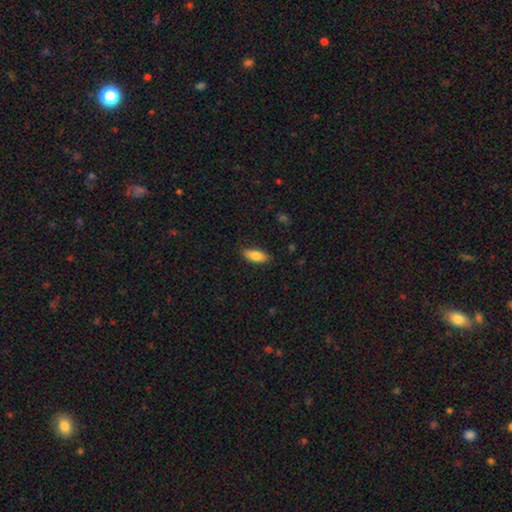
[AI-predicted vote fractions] This appears to be a smooth galaxy with no disk features (81%) that is in between round and cigar-shaped (80%). Merging: none (83%).